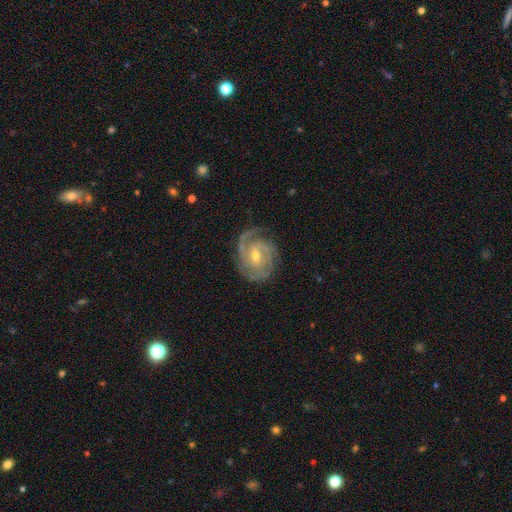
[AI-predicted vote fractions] This appears to be a featured or disk galaxy (90%) with a weak bar (51%), 2 (41%) tight (64%) spiral arms (98%) and a small central bulge (51%). Merging: none (75%).